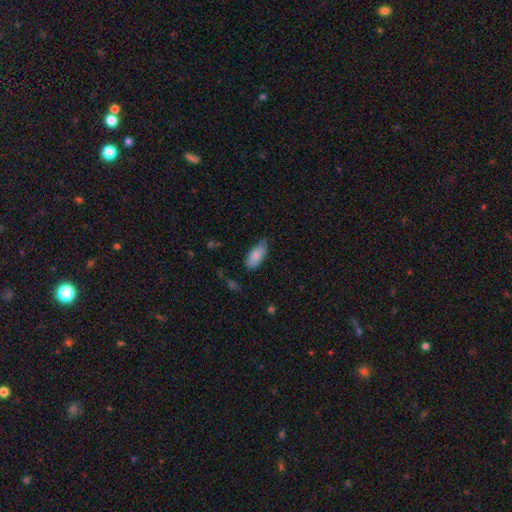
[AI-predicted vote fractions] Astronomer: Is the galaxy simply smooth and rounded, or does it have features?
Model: smooth — 84%.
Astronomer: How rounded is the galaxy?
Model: in between — 86%.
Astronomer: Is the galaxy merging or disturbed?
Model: none — 66%.